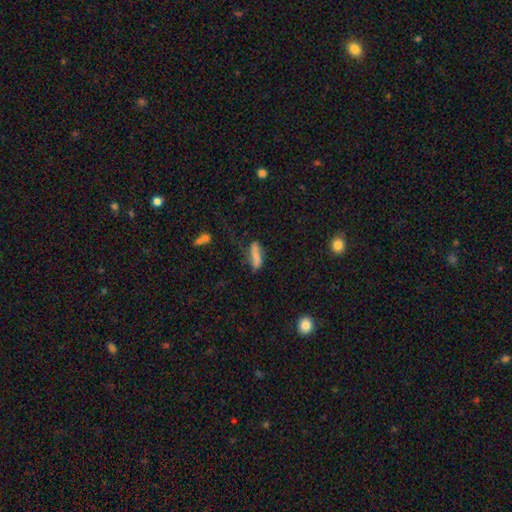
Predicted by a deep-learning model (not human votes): Morphology: type=smooth (69%); roundness=cigar-shaped (51%); merging=none (53%).